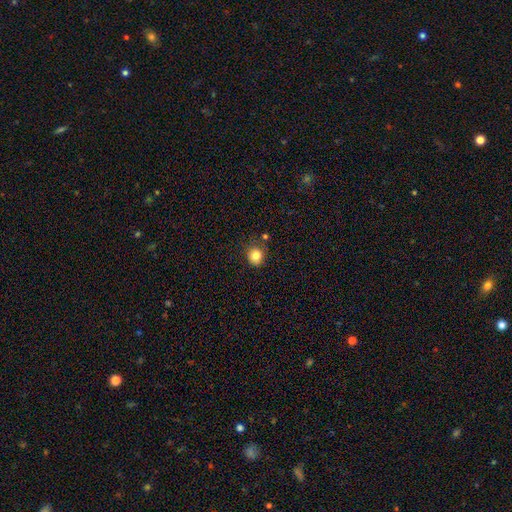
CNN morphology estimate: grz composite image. It shows a smooth galaxy with no disk features (83%) that is round (82%). Merging: none (80%).